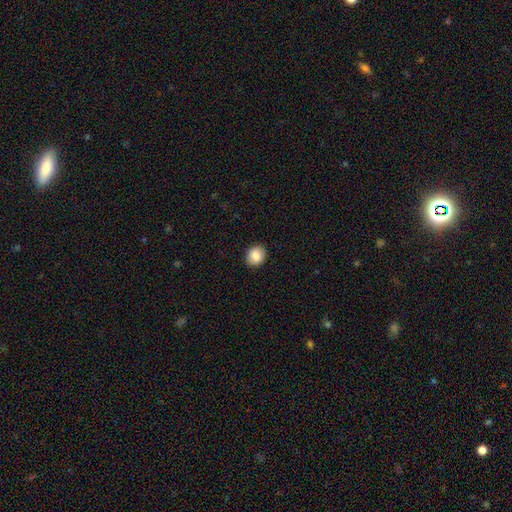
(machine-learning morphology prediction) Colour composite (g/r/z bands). It shows a smooth galaxy with no disk features (87%) that is round (71%). Merging: none (90%).